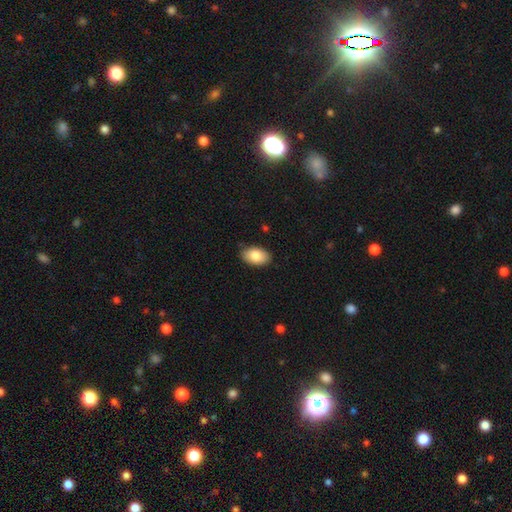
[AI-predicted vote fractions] Smooth or featured? smooth (84%)
How rounded? in between (93%)
Merging? none (88%)